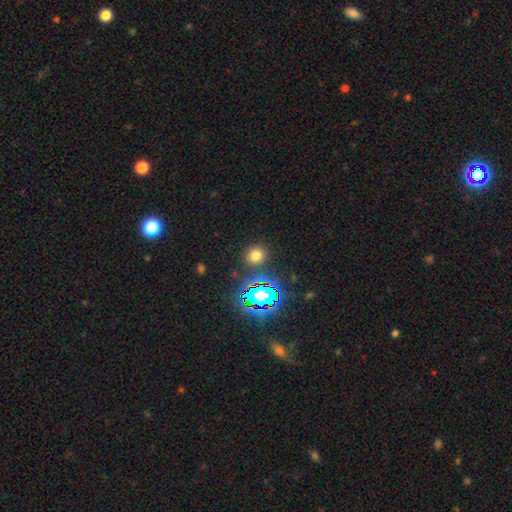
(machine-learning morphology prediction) This is likely a smooth galaxy (67%). How rounded: clearly round (88%). Merging: clearly none (86%).